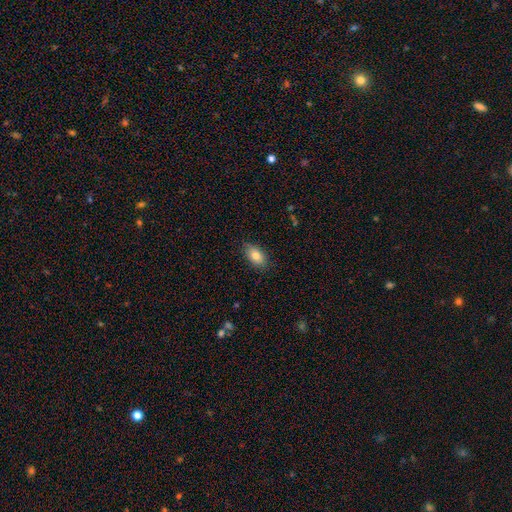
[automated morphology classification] A smooth galaxy with no disk features (82%) that is in between round and cigar-shaped (90%).

Vote fractions:
- Smooth or featured? smooth: 82% / featured or disk: 11% / star or artifact: 8%
- How rounded? in between: 90% / round: 7% / cigar-shaped: 3%
- Merging? none: 82% / minor disturbance: 15% / major disturbance: 3% / merger: 1%